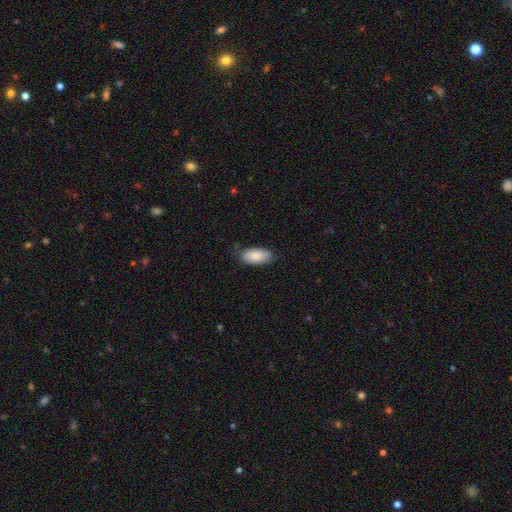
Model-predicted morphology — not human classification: Smooth or featured?
  - smooth: 84% *
  - featured or disk: 10%
  - star or artifact: 6%
How rounded?
  - in between: 91% *
  - cigar-shaped: 6%
  - round: 2%
Merging?
  - none: 78% *
  - minor disturbance: 18%
  - major disturbance: 3%
  - merger: 1%